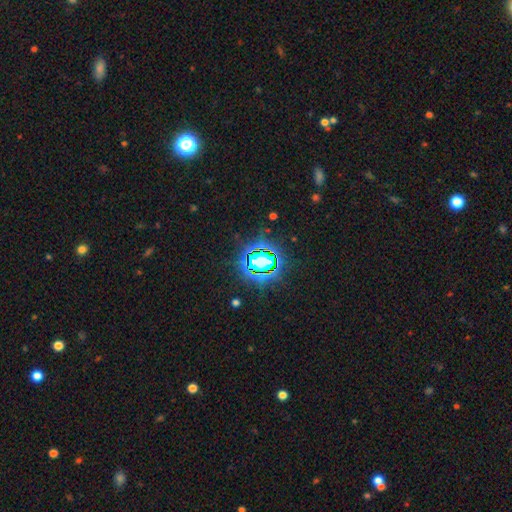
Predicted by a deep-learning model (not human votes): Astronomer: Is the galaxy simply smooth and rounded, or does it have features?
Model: star or artifact — 79%.